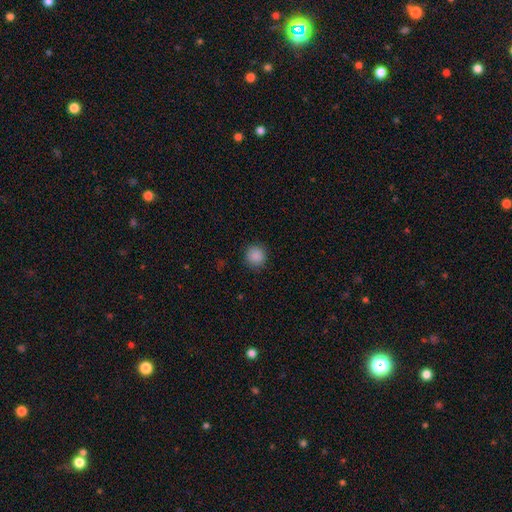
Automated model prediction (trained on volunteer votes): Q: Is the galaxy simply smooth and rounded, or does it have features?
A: smooth — 88%.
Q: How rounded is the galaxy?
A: round — 93%.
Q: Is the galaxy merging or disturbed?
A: none — 90%.